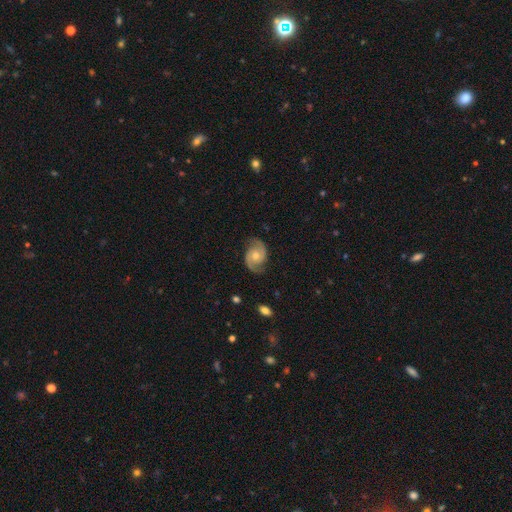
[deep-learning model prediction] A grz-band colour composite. It shows a featured or disk galaxy (87%) with no bar (69%), 2 (93%) medium (53%) spiral arms (97%) and a moderate central bulge (60%). Merging: none (81%).